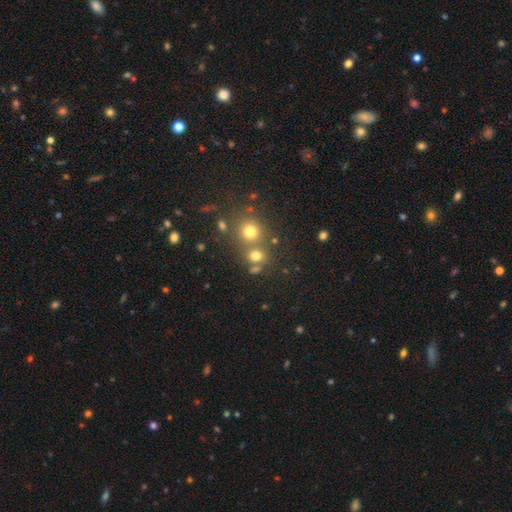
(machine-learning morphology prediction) Smooth or featured? smooth (71%)
How rounded? round (75%)
Merging? none (60%)